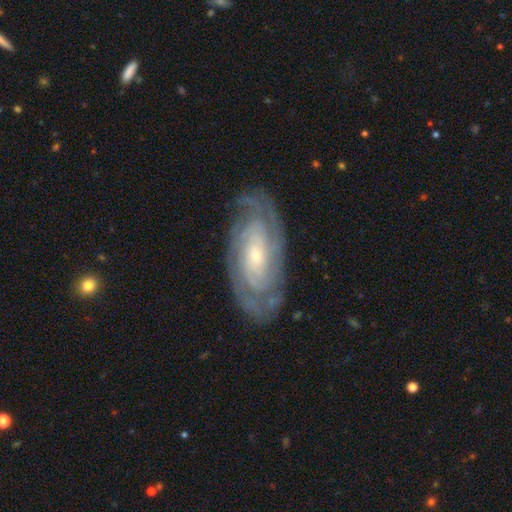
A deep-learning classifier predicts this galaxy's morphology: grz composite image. It shows a featured or disk galaxy (86%) with no bar (66%), tight (76%) spiral arms (96%) and a small central bulge (66%). Merging: none (80%).